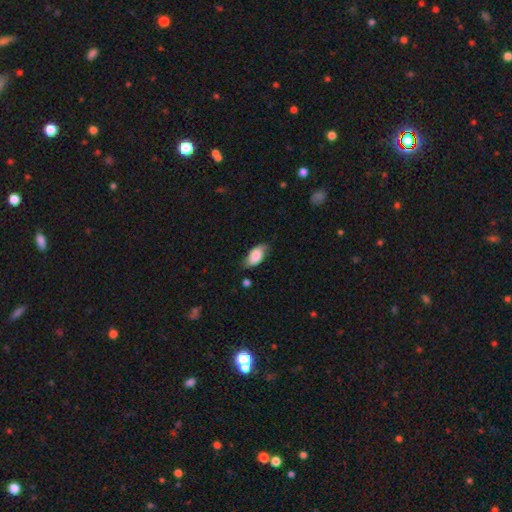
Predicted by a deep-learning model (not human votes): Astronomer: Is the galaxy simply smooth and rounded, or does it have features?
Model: smooth — 78%.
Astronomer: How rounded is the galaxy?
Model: in between — 90%.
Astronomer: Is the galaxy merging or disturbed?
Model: none — 67%.